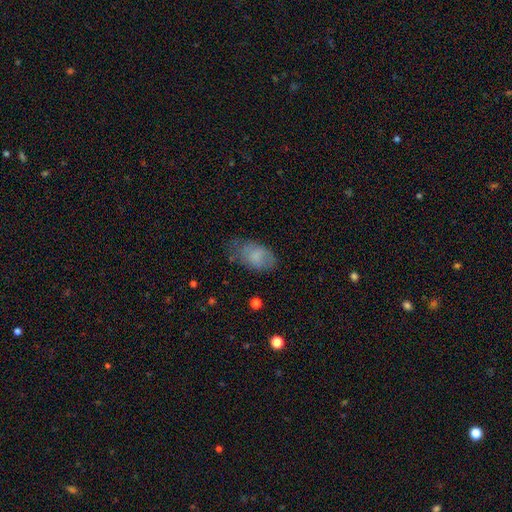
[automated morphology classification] Q: Smooth or featured?
A: smooth (76%); runner-up: featured or disk (16%)
Q: How rounded?
A: in between (92%); runner-up: round (6%)
Q: Merging?
A: none (57%); runner-up: minor disturbance (30%)